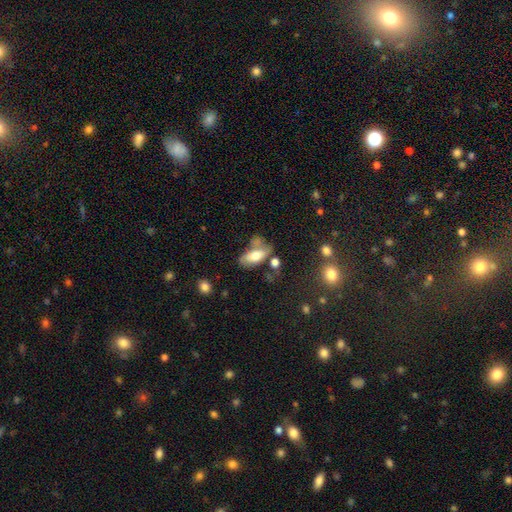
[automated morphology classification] Overall: smooth (68%). How rounded: in between (86%). Merging: none (41%; merger 24%).